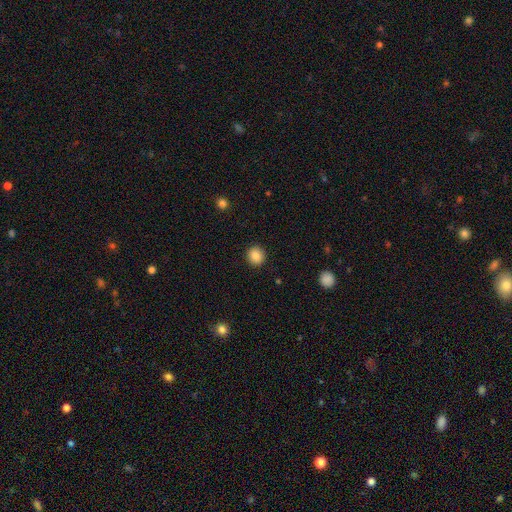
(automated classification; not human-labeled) A smooth galaxy with no disk features (87%) that is round (91%).

Vote fractions:
- Smooth or featured? smooth: 87% / star or artifact: 9% / featured or disk: 4%
- How rounded? round: 91% / in between: 8% / cigar-shaped: 1%
- Merging? none: 92% / minor disturbance: 5% / major disturbance: 2% / merger: 1%